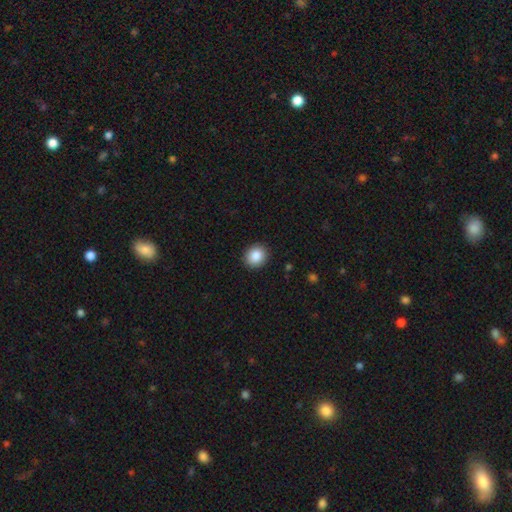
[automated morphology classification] This is clearly a smooth galaxy (87%). How rounded: likely round (77%). Merging: clearly none (91%).